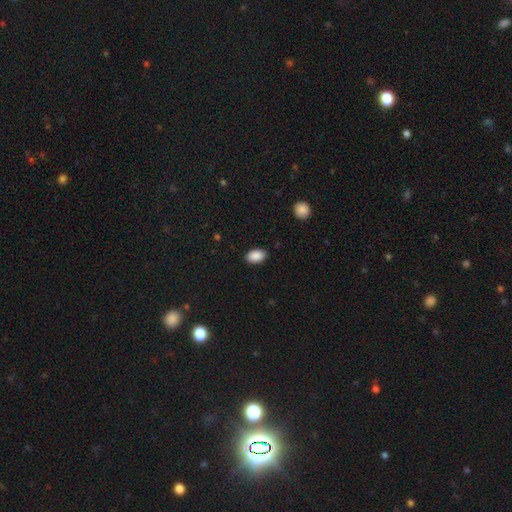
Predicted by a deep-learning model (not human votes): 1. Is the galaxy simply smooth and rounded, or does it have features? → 89% smooth, 8% star or artifact, 3% featured or disk.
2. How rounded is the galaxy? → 89% in between, 10% round, 1% cigar-shaped.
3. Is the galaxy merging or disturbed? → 87% none, 10% minor disturbance, 2% major disturbance, 1% merger.